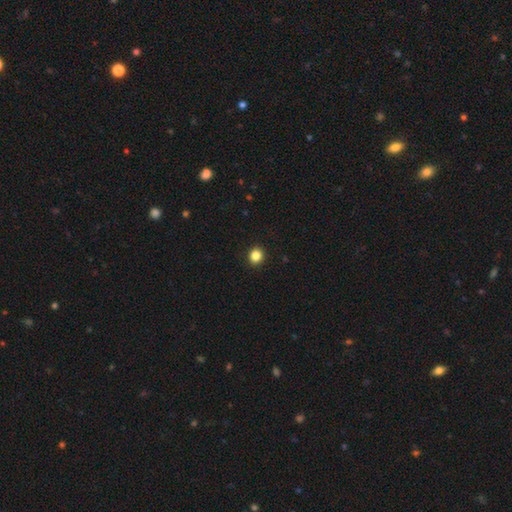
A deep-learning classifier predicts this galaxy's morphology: This appears to be a smooth galaxy with no disk features (85%) that is round (88%). Merging: none (93%).